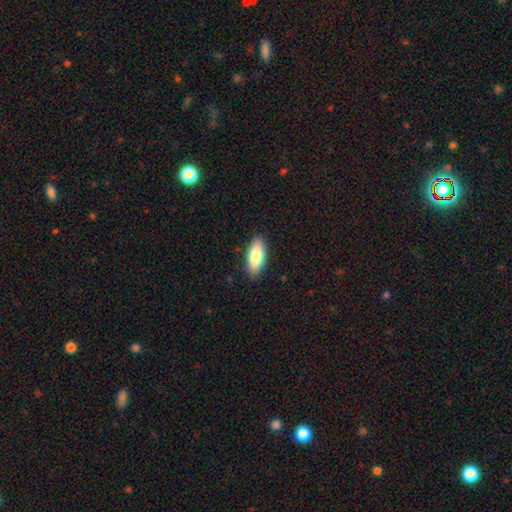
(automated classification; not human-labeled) Smooth or featured? Predicted: smooth (p=0.82). How rounded? Predicted: in between (p=0.83). Merging? Predicted: none (p=0.89).